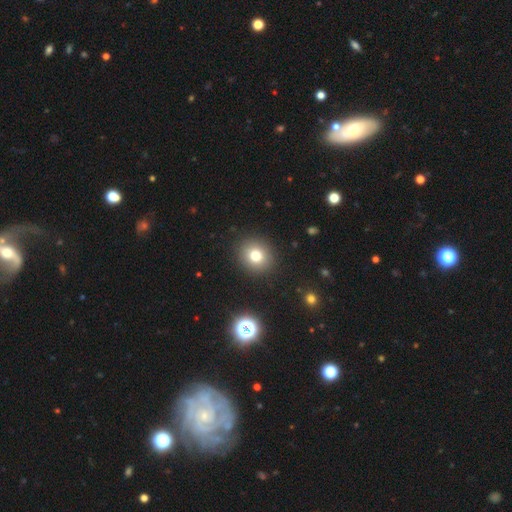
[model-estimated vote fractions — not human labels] smooth 76%, star or artifact 14%, featured or disk 10%. Down the decision tree: how rounded — round (85%); merging — none (90%).